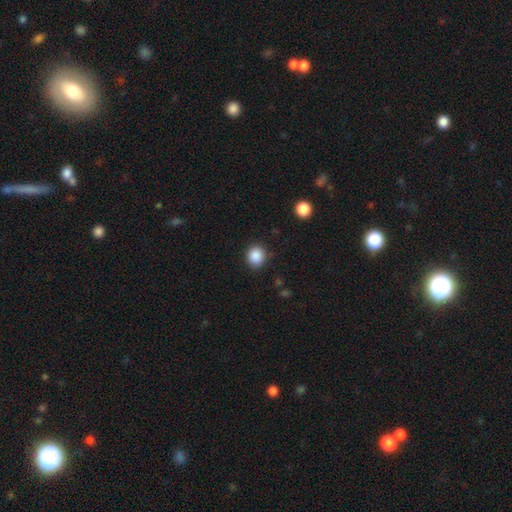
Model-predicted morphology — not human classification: smooth-or-featured: smooth: 88% | star or artifact: 9% | featured or disk: 3%
  how-rounded: round: 84% | in between: 15% | cigar-shaped: 1%
  merging: none: 88% | minor disturbance: 8% | major disturbance: 3% | merger: 1%